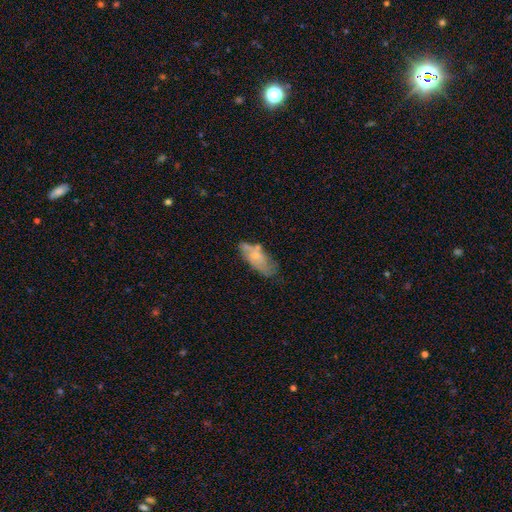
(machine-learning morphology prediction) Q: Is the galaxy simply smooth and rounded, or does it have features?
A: smooth — 57%.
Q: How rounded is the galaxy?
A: in between — 80%.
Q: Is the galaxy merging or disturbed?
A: none — 47%.